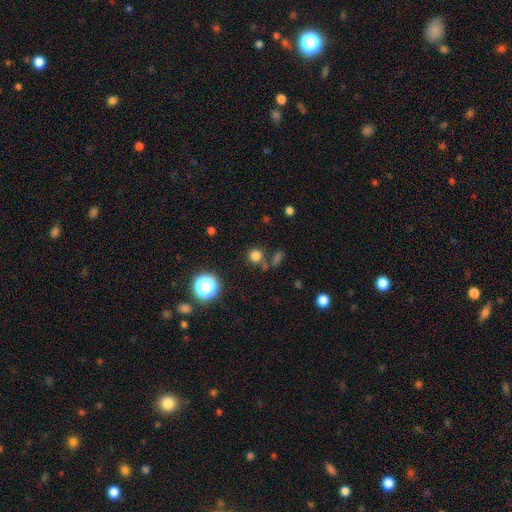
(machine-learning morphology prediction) This is likely a smooth galaxy (76%). How rounded: clearly round (90%). Merging: likely none (72%).